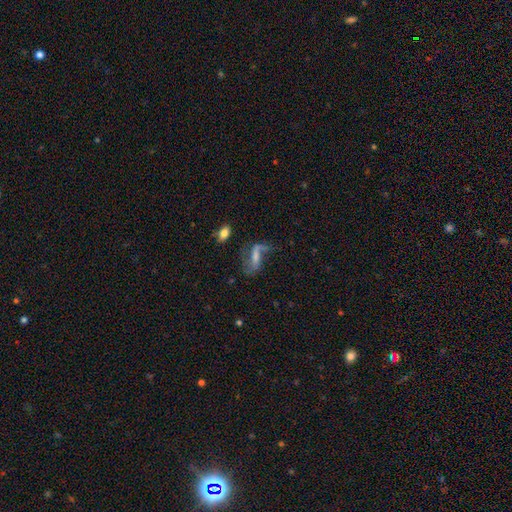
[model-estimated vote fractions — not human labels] smooth-or-featured: featured or disk: 63% | smooth: 24% | star or artifact: 13%
  disk-edge-on: no: 89% | yes: 11%
    bar: weak: 38% | no: 33% | strong: 29%
    has-spiral-arms: yes: 77% | no: 23%
    bulge-size: small: 41% | none: 26% | moderate: 26% | large: 5% | dominant: 2%
  merging: none: 42% | major disturbance: 30% | minor disturbance: 20% | merger: 8%